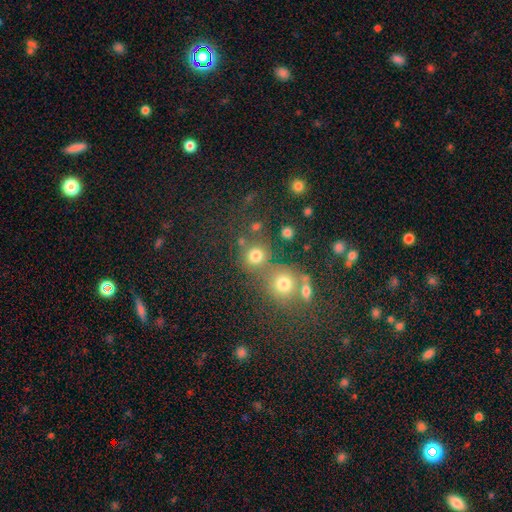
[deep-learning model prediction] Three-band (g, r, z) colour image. It shows a smooth galaxy with no disk features (76%) that is round (87%). Merging: none (55%).